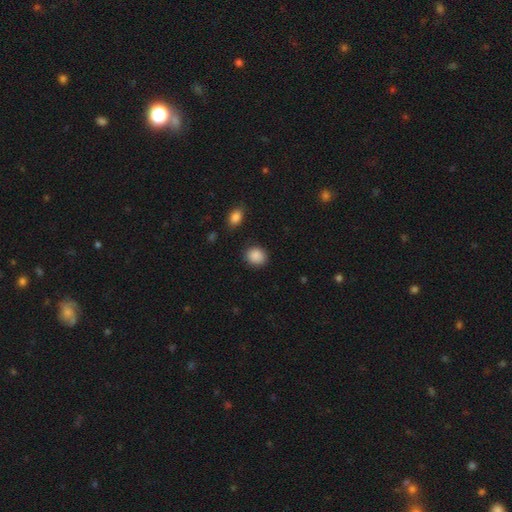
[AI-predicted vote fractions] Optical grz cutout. It shows a smooth galaxy with no disk features (89%) that is round (71%). Merging: none (87%).